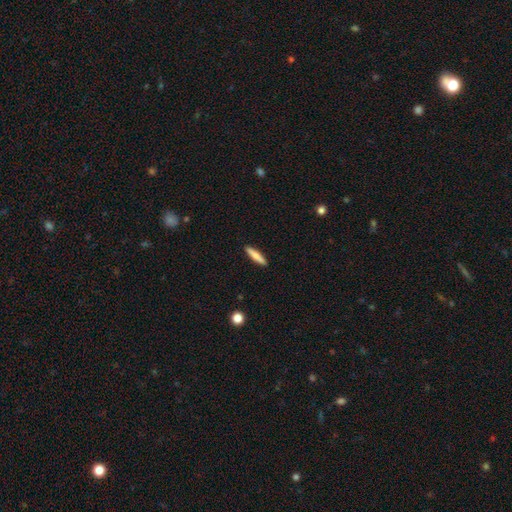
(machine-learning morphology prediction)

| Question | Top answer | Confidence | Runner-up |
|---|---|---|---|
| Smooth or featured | smooth | 78% | featured or disk (16%) |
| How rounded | cigar-shaped | 88% | in between (11%) |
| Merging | none | 91% | minor disturbance (6%) |